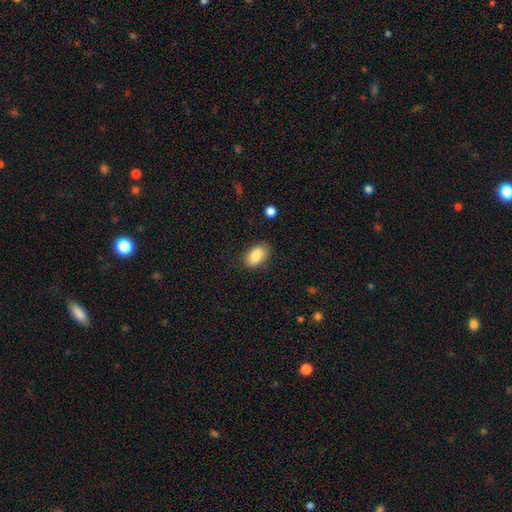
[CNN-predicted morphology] type=smooth (85%); roundness=in between (92%); merging=none (79%).